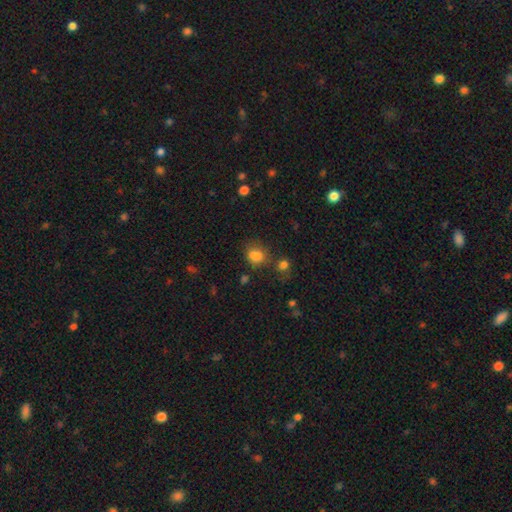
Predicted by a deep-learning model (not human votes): Smooth or featured? Predicted: smooth (p=0.79). How rounded? Predicted: in between (p=0.55). Merging? Predicted: none (p=0.53).